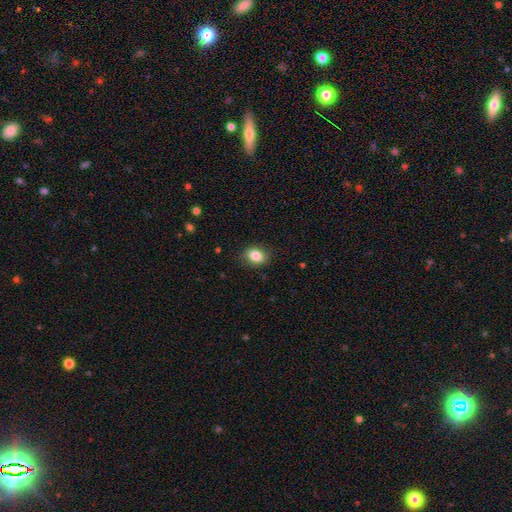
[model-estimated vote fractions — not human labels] smooth 85%, star or artifact 9%, featured or disk 6%. Down the decision tree: how rounded — in between (61%); merging — none (83%).